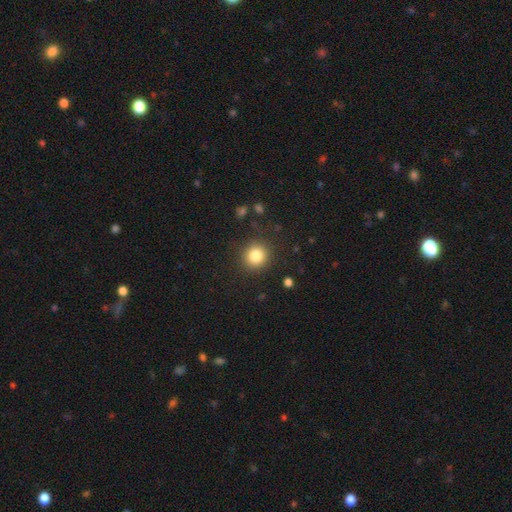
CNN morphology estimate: smooth 83%, star or artifact 11%, featured or disk 6%. Down the decision tree: how rounded — round (90%); merging — none (89%).